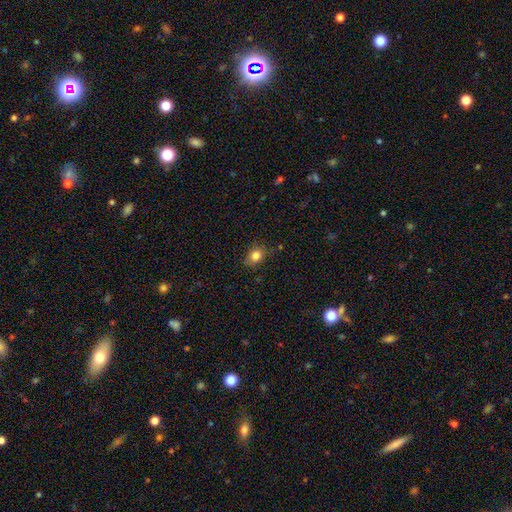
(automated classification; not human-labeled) Morphology: type=smooth (83%); roundness=in between (55%); merging=none (77%).